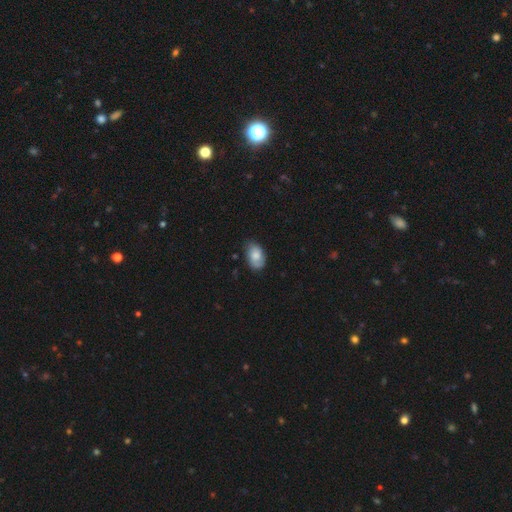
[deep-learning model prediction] The model was most divided on "smooth or featured": smooth: 67%, featured or disk: 25%, star or artifact: 7%. More confident: how rounded — in between (89%); merging — none (69%).